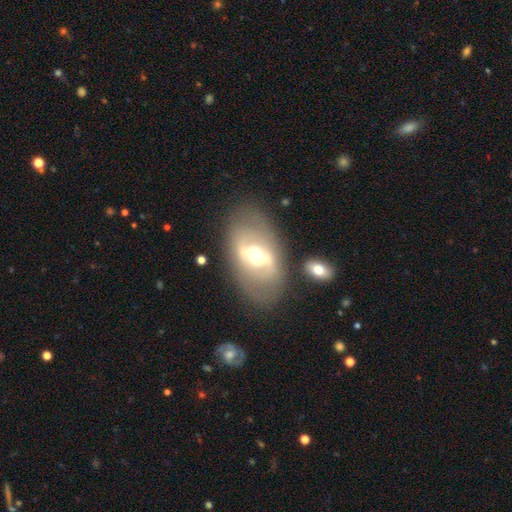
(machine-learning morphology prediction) Smooth or featured? featured or disk (68%)
Edge-on disk? no (87%)
Bar? strong (52%)
Spiral arms? no (68%)
Bulge size? moderate (66%)
Merging? none (73%)